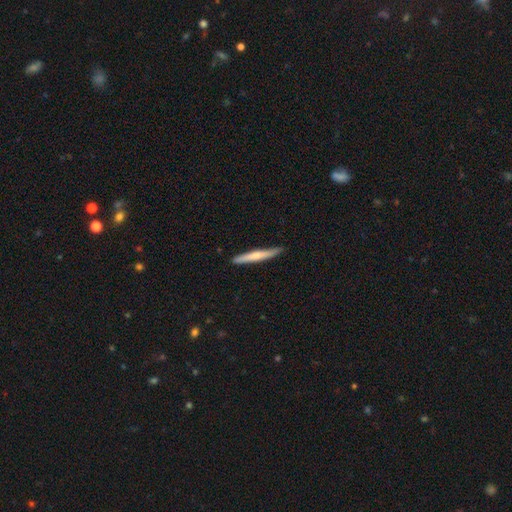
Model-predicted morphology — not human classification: smooth-or-featured: smooth: 57% | featured or disk: 38% | star or artifact: 5%
  how-rounded: cigar-shaped: 96% | in between: 3% | round: 1%
  merging: none: 88% | minor disturbance: 10% | major disturbance: 1% | merger: 1%